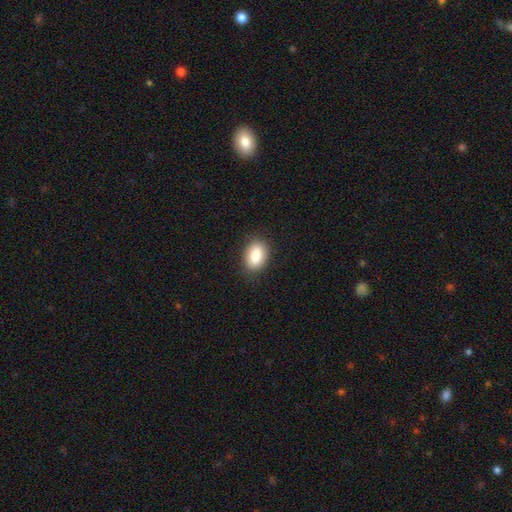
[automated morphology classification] smooth 87%, star or artifact 7%, featured or disk 5%. Down the decision tree: how rounded — in between (86%); merging — none (86%).